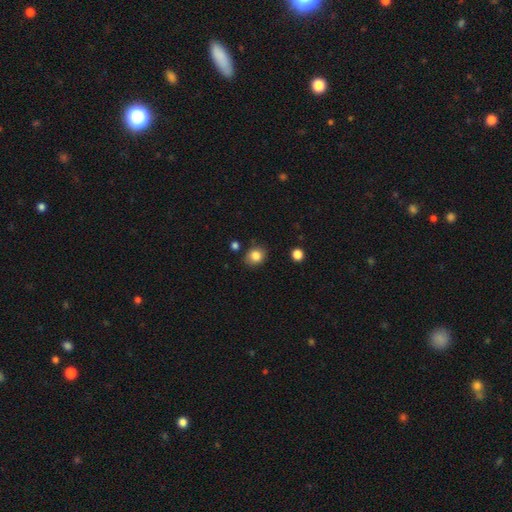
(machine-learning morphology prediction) A smooth galaxy with no disk features (84%) that is round (66%).

Vote fractions:
- Smooth or featured? smooth: 84% / star or artifact: 10% / featured or disk: 6%
- How rounded? round: 66% / in between: 33% / cigar-shaped: 1%
- Merging? none: 82% / minor disturbance: 12% / merger: 3% / major disturbance: 3%